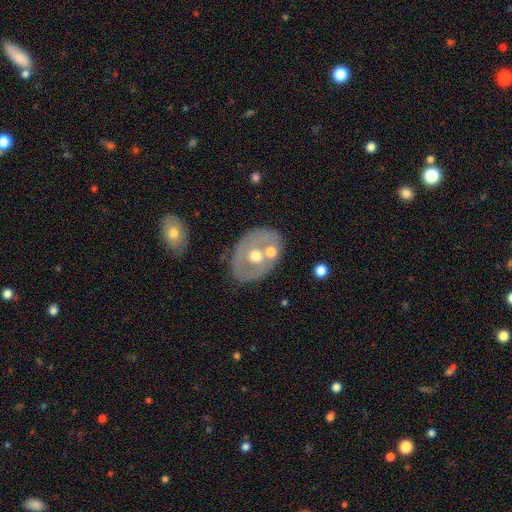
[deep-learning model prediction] smooth_or_featured: featured or disk (p=0.52) [alt: smooth p=0.41]
disk_edge_on: no (p=0.92) [alt: yes p=0.08]
merging: none (p=0.63) [alt: merger p=0.18]